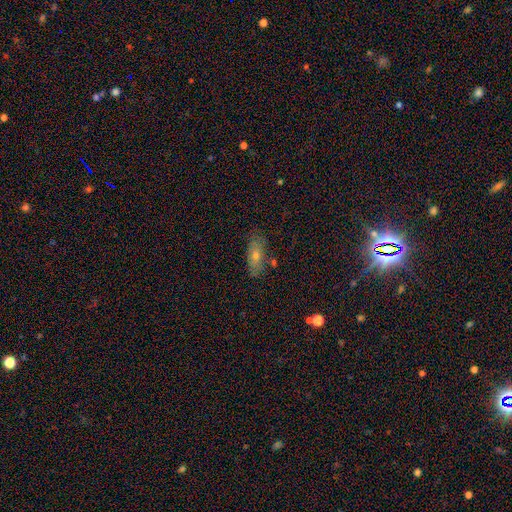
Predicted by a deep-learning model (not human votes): smooth 53%, featured or disk 32%, star or artifact 15%. Down the decision tree: how rounded — in between (70%); merging — none (81%).